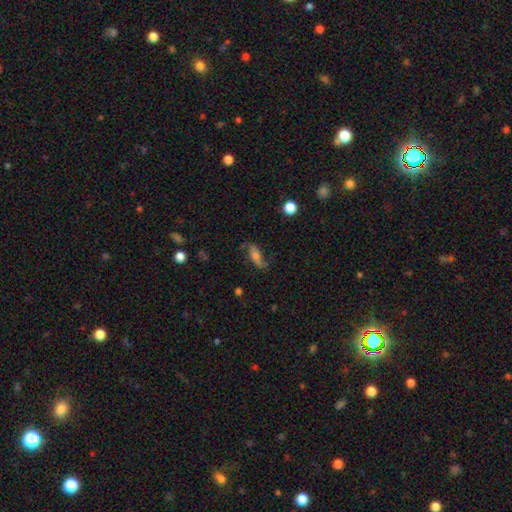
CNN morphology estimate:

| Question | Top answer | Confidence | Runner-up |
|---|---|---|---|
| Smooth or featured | featured or disk | 56% | smooth (33%) |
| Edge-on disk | no | 82% | yes (18%) |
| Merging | none | 68% | minor disturbance (20%) |